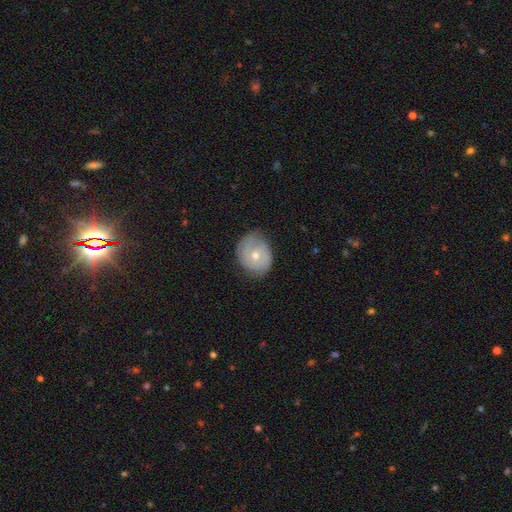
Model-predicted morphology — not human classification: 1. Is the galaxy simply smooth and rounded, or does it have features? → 64% featured or disk, 30% smooth, 6% star or artifact.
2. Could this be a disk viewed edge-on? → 97% no, 3% yes.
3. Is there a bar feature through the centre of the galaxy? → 77% no, 19% weak, 3% strong.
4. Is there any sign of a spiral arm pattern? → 83% yes, 17% no.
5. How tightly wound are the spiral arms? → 71% tight, 22% medium, 7% loose.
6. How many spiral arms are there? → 47% 2, 31% can't tell, 10% 3, 7% 1, 3% 4, 3% more than 4.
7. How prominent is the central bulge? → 57% moderate, 40% small, 2% large, 1% none, 1% dominant.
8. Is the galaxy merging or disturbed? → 73% none, 20% minor disturbance, 5% major disturbance, 1% merger.